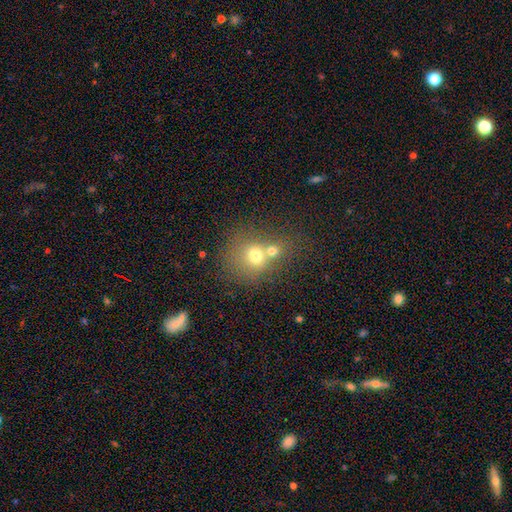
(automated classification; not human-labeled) Smooth or featured: smooth — 67% (featured or disk — 19%)
How rounded: round — 77% (in between — 22%)
Merging: merger — 56% (none — 32%)